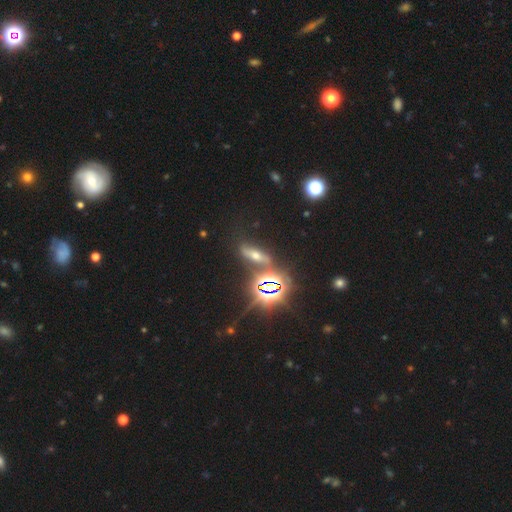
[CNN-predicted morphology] type=star or artifact (41%).